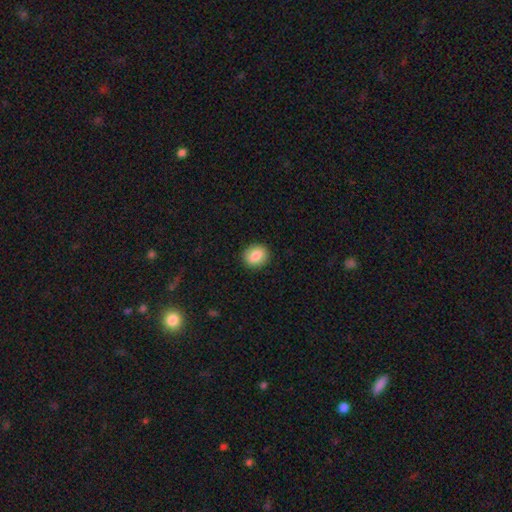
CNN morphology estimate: A smooth galaxy with no disk features (84%) that is round (65%).

Vote fractions:
- Smooth or featured? smooth: 84% / featured or disk: 8% / star or artifact: 8%
- How rounded? round: 65% / in between: 34% / cigar-shaped: 1%
- Merging? none: 90% / minor disturbance: 7% / major disturbance: 2% / merger: 1%